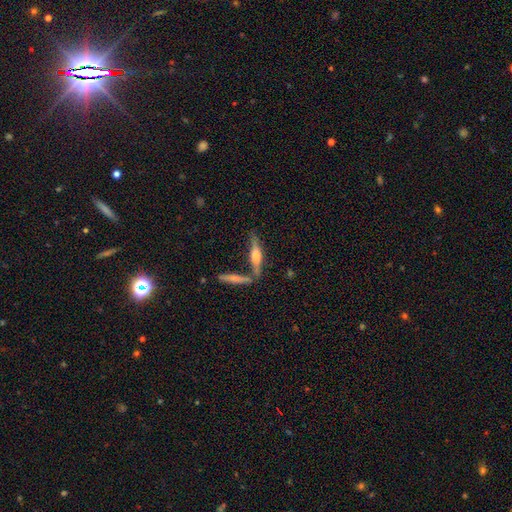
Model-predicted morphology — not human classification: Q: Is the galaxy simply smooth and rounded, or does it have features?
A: featured or disk — 55%.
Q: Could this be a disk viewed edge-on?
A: yes — 94%.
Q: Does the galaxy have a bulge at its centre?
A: rounded — 74%.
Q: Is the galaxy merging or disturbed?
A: none — 66%.